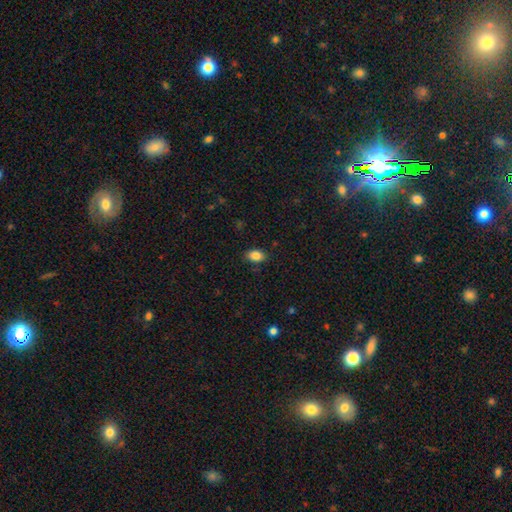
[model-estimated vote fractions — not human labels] Q: Smooth or featured?
A: smooth (85%); runner-up: star or artifact (9%)
Q: How rounded?
A: in between (85%); runner-up: round (14%)
Q: Merging?
A: none (86%); runner-up: minor disturbance (11%)